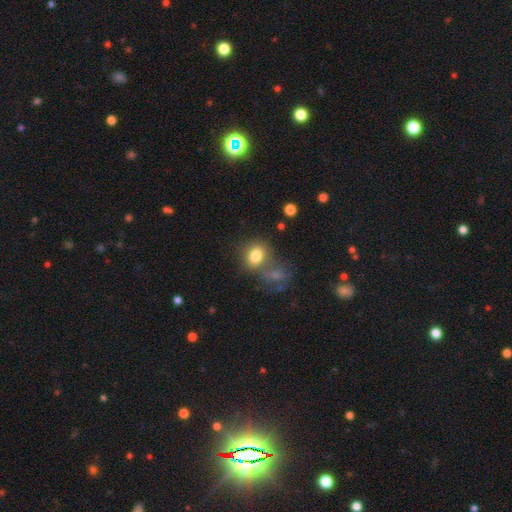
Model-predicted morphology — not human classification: A smooth galaxy with no disk features (80%) that is in between round and cigar-shaped (50%).

Vote fractions:
- Smooth or featured? smooth: 80% / star or artifact: 11% / featured or disk: 10%
- How rounded? in between: 50% / round: 48% / cigar-shaped: 1%
- Merging? none: 52% / merger: 25% / minor disturbance: 16% / major disturbance: 8%